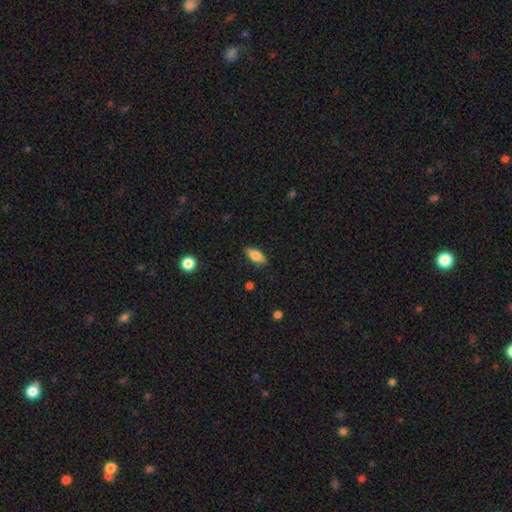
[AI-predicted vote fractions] Overall: smooth (81%). How rounded: in between (86%). Merging: none (84%).